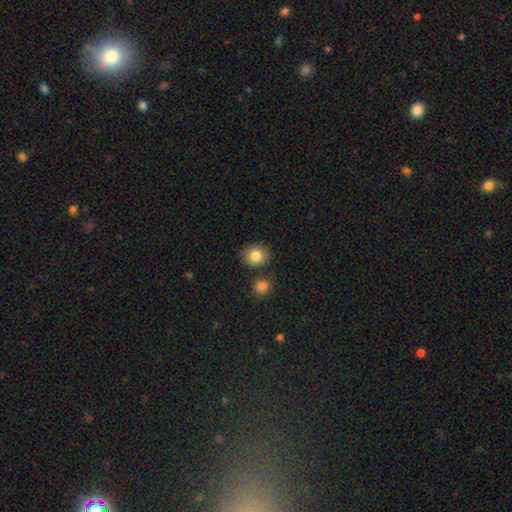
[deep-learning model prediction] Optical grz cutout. It shows a smooth galaxy with no disk features (84%) that is round (81%). Merging: none (79%).